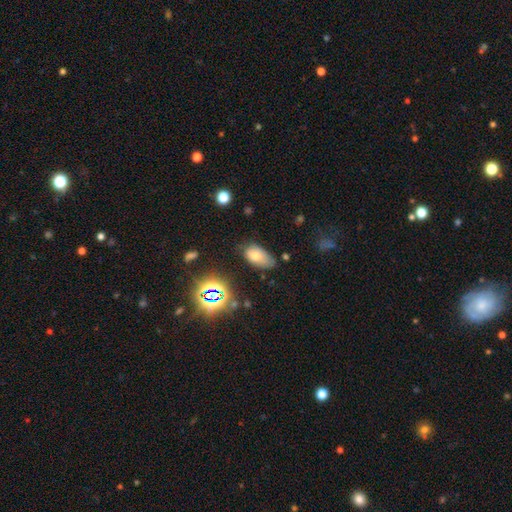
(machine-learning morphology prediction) Smooth or featured? Predicted: smooth (p=0.65). How rounded? Predicted: in between (p=0.92). Merging? Predicted: none (p=0.58).